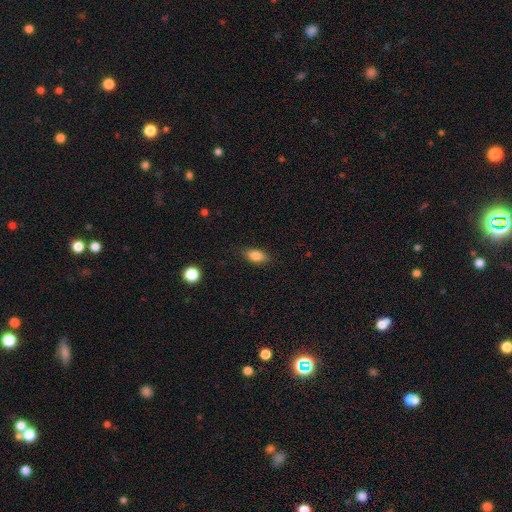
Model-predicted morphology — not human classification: A smooth galaxy with no disk features (83%) that is in between round and cigar-shaped (85%). Merging: none (84%).